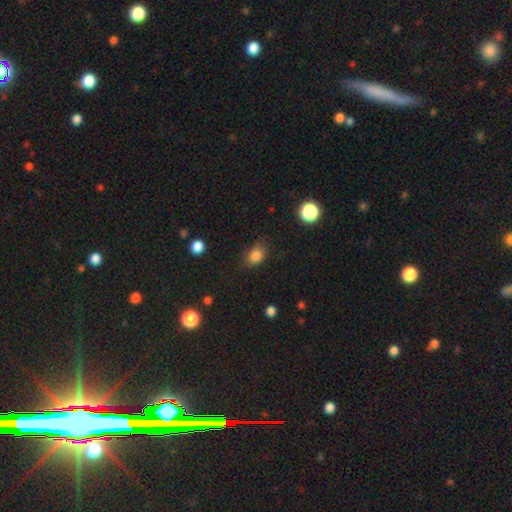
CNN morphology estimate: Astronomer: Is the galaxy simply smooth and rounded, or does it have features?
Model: smooth — 83%.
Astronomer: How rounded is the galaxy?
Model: in between — 69%.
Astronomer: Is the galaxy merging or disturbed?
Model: none — 72%.